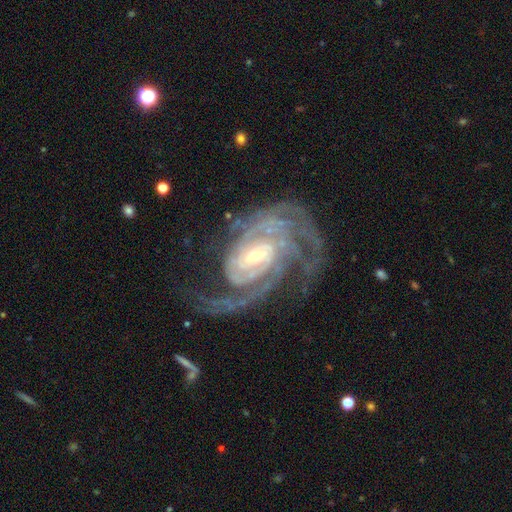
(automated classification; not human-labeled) Overall: featured or disk (91%). Edge-on disk: no (97%). Bar: weak (43%; no 36%). Spiral arms: yes (98%). Spiral arm count: 2 (31%; 3 22%). Spiral winding: tight (61%; medium 32%). Bulge size: small (62%; moderate 33%). Merging: none (60%; major disturbance 20%).